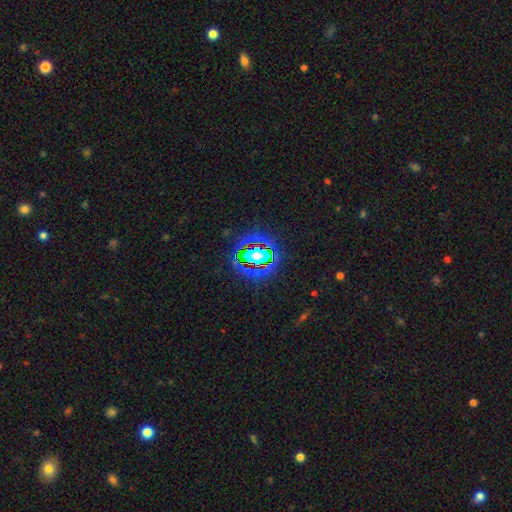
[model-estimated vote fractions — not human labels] Smooth or featured? Predicted: star or artifact (p=0.62).